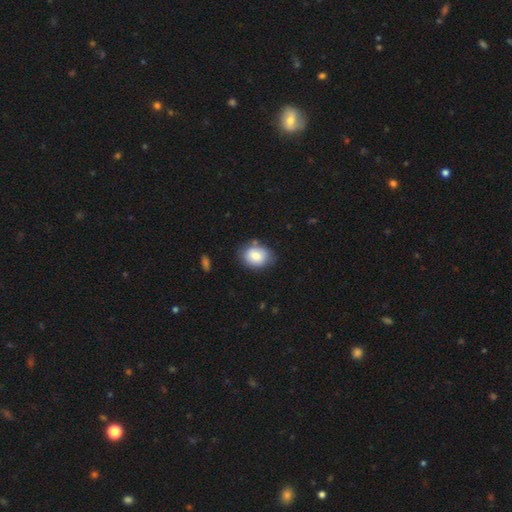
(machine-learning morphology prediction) Smooth or featured? Predicted: smooth (p=0.81). How rounded? Predicted: in between (p=0.62). Merging? Predicted: none (p=0.74).